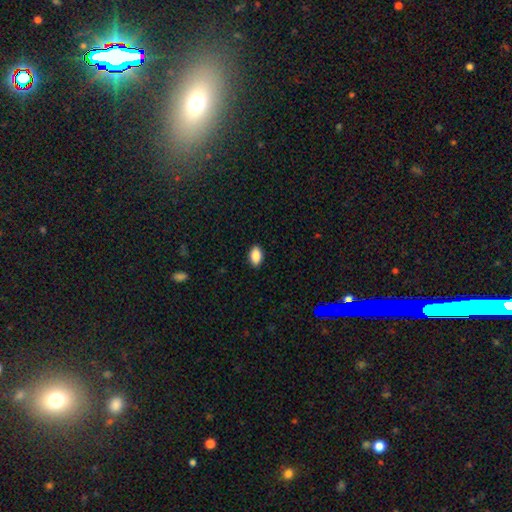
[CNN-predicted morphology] smooth 88%, star or artifact 8%, featured or disk 4%. Down the decision tree: how rounded — in between (92%); merging — none (90%).